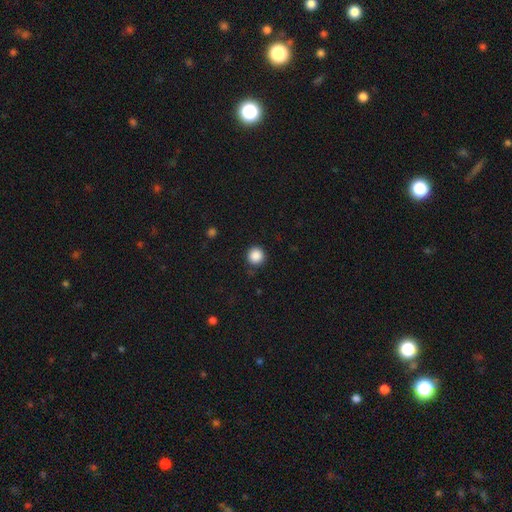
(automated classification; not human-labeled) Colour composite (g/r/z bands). It shows a smooth galaxy with no disk features (88%) that is round (95%). Merging: none (90%).